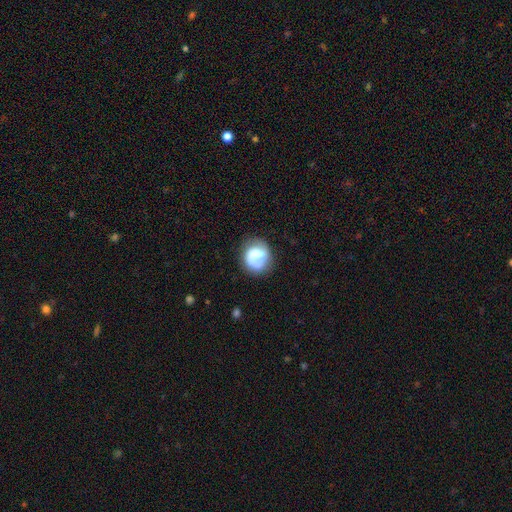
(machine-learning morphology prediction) type=smooth (58%); roundness=round (78%); merging=none (66%).